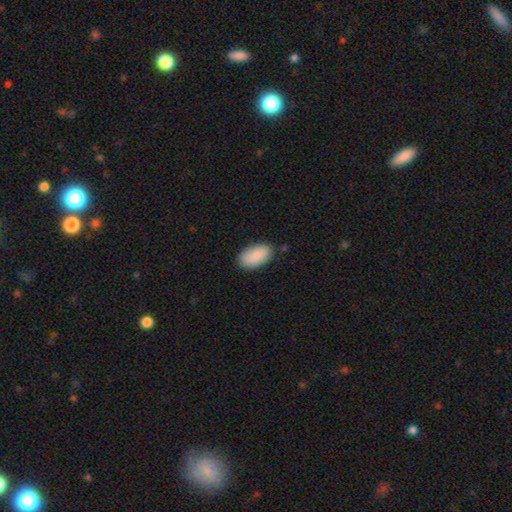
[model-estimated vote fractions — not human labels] Smooth or featured? Predicted: smooth (p=0.89). How rounded? Predicted: in between (p=0.95). Merging? Predicted: none (p=0.82).